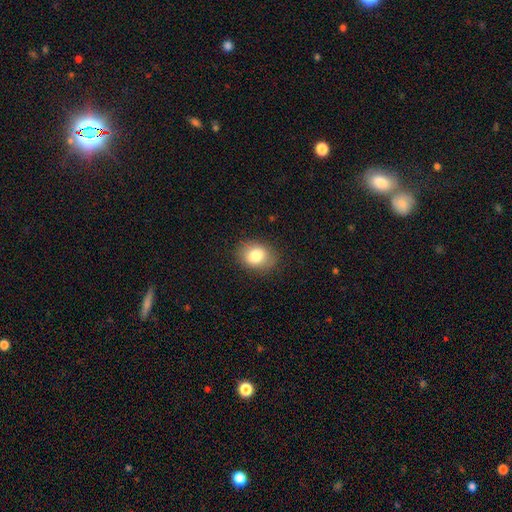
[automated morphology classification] Smooth or featured? Predicted: smooth (p=0.80). How rounded? Predicted: in between (p=0.53). Merging? Predicted: none (p=0.83).